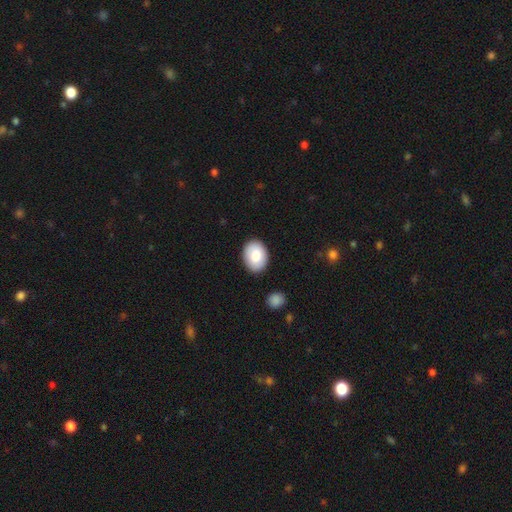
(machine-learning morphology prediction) Q: Smooth or featured?
A: smooth (82%); runner-up: featured or disk (11%)
Q: How rounded?
A: in between (72%); runner-up: round (27%)
Q: Merging?
A: none (88%); runner-up: minor disturbance (8%)